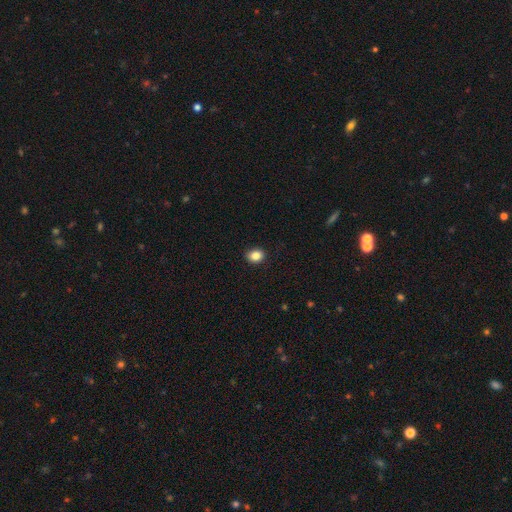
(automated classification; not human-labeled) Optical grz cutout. It shows a smooth galaxy with no disk features (86%) that is round (54%). Merging: none (87%).